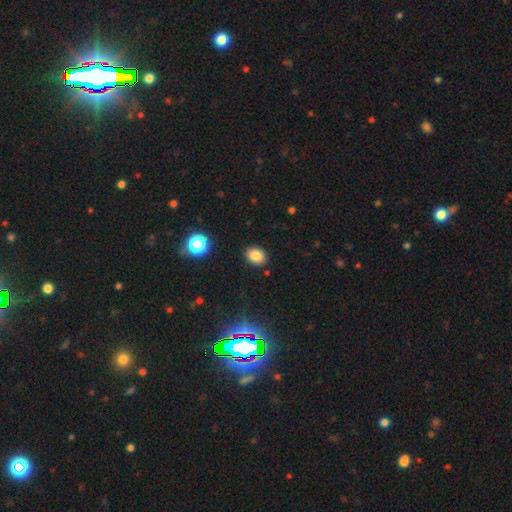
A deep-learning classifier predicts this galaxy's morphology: Q: Smooth or featured?
A: smooth (83%); runner-up: star or artifact (12%)
Q: How rounded?
A: in between (66%); runner-up: round (33%)
Q: Merging?
A: none (88%); runner-up: minor disturbance (8%)